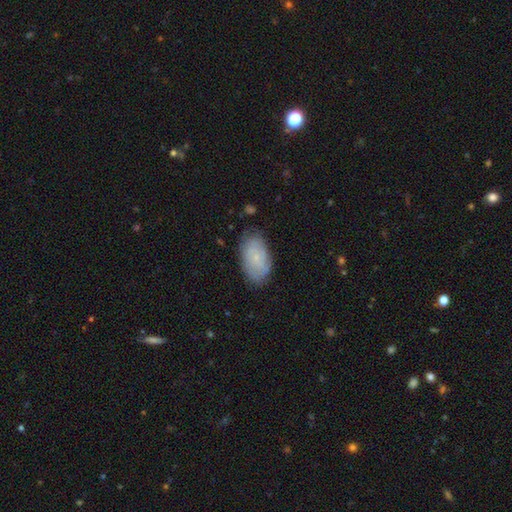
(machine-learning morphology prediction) Smooth or featured? Predicted: smooth (p=0.48). Merging? Predicted: none (p=0.75).